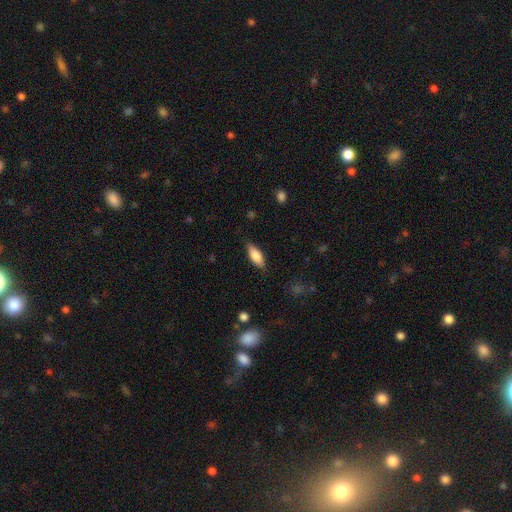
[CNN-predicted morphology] Smooth or featured?
  - smooth: 74% *
  - featured or disk: 20%
  - star or artifact: 6%
How rounded?
  - in between: 70% *
  - cigar-shaped: 28%
  - round: 2%
Merging?
  - none: 82% *
  - minor disturbance: 14%
  - major disturbance: 3%
  - merger: 1%